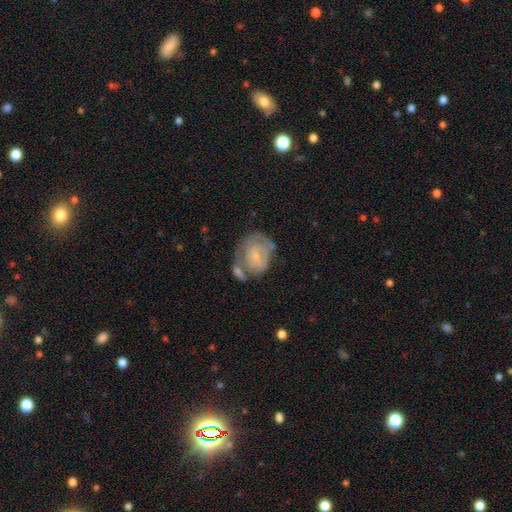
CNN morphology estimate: Smooth or featured? Predicted: featured or disk (p=0.63). Edge-on disk? Predicted: no (p=0.97). Bar? Predicted: no (p=0.65). Spiral arms? Predicted: yes (p=0.71). Bulge size? Predicted: small (p=0.64). Merging? Predicted: none (p=0.40).